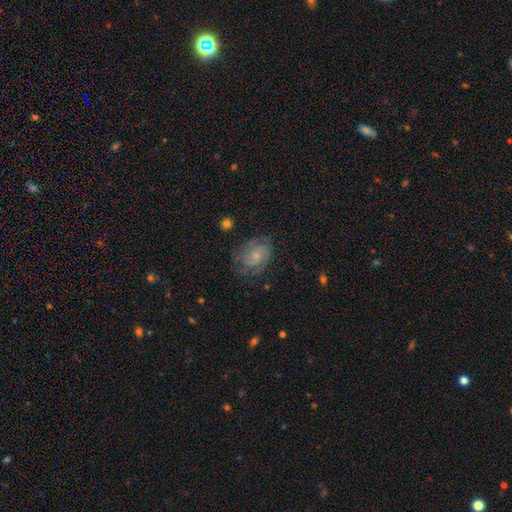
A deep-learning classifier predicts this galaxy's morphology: A featured or disk galaxy (58%) with no bar (76%), spiral arms (85%) and a small central bulge (63%).

Vote fractions:
- Smooth or featured? featured or disk: 58% / smooth: 33% / star or artifact: 9%
- Edge-on disk? no: 97% / yes: 3%
- Bar? no: 76% / weak: 21% / strong: 3%
- Spiral arms? yes: 85% / no: 15%
- Bulge size? small: 63% / moderate: 24% / none: 10% / large: 2% / dominant: 1%
- Merging? none: 67% / minor disturbance: 21% / major disturbance: 11% / merger: 1%